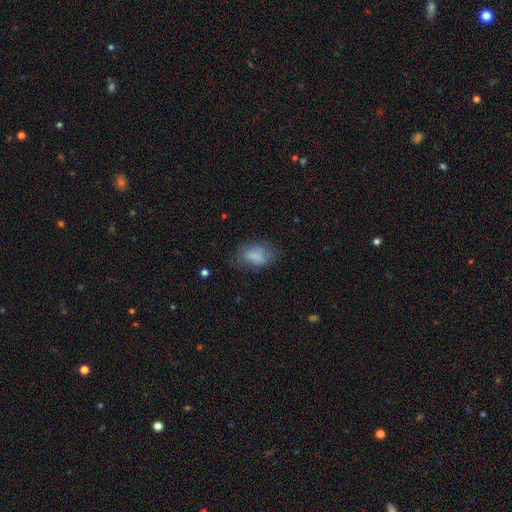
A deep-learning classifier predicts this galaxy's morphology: A smooth galaxy with no disk features (80%) that is in between round and cigar-shaped (81%).

Vote fractions:
- Smooth or featured? smooth: 80% / featured or disk: 10% / star or artifact: 10%
- How rounded? in between: 81% / round: 18% / cigar-shaped: 2%
- Merging? none: 62% / minor disturbance: 25% / major disturbance: 12% / merger: 2%